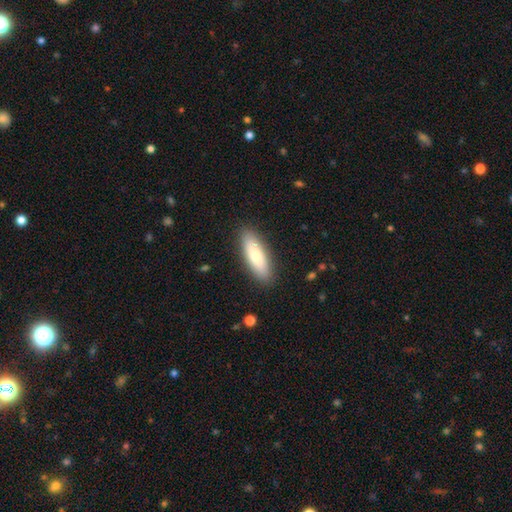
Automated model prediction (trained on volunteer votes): Smooth or featured? smooth (75%)
How rounded? in between (54%)
Merging? none (88%)